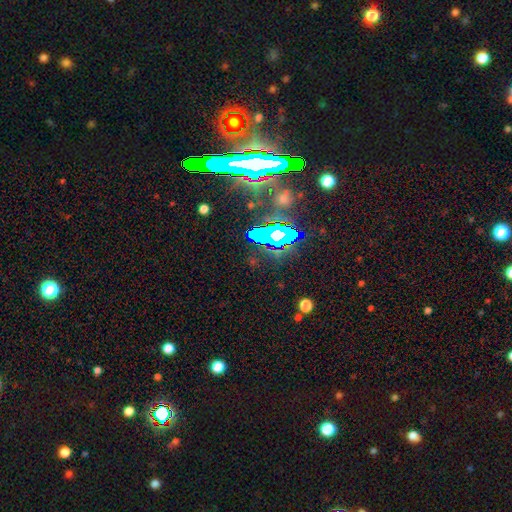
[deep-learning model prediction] This is likely a star or artifact rather than a galaxy (75%).